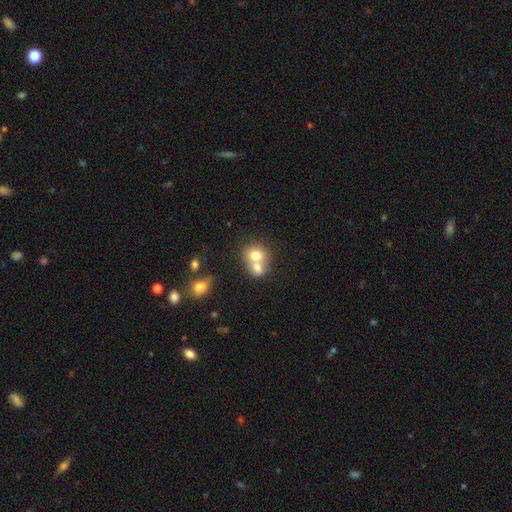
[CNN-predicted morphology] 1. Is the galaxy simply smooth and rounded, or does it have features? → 71% smooth, 19% featured or disk, 9% star or artifact.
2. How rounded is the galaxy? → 61% round, 38% in between, 1% cigar-shaped.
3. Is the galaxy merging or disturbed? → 68% merger, 23% none, 6% minor disturbance, 3% major disturbance.